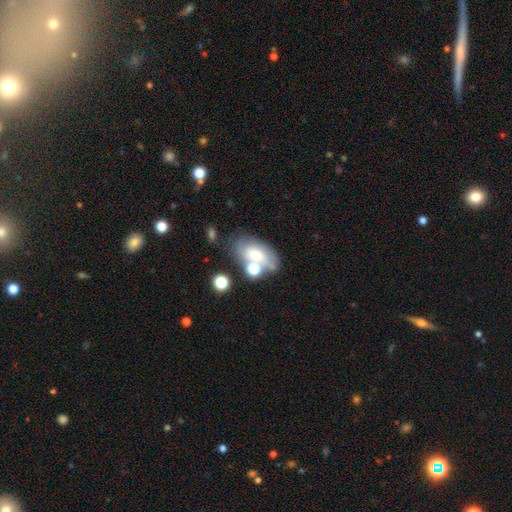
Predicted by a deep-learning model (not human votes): Q: Smooth or featured?
A: smooth (54%); runner-up: featured or disk (34%)
Q: How rounded?
A: in between (83%); runner-up: round (14%)
Q: Merging?
A: none (44%); runner-up: merger (25%)